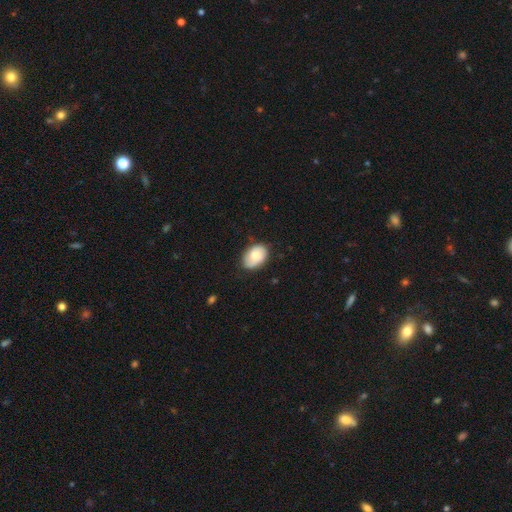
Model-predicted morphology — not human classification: Smooth or featured? Predicted: smooth (p=0.70). How rounded? Predicted: in between (p=0.82). Merging? Predicted: none (p=0.72).